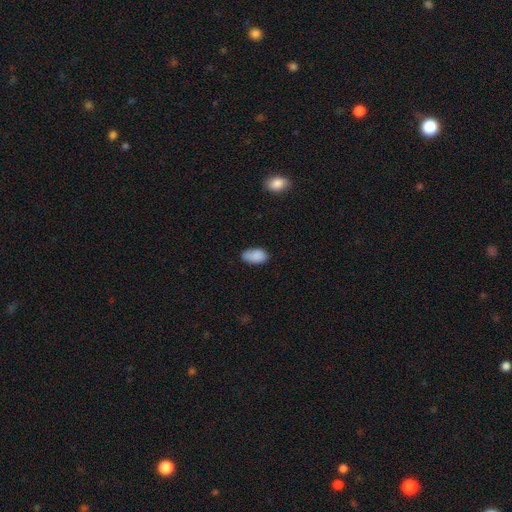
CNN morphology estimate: A smooth galaxy with no disk features (87%) that is in between round and cigar-shaped (93%). Merging: none (70%).